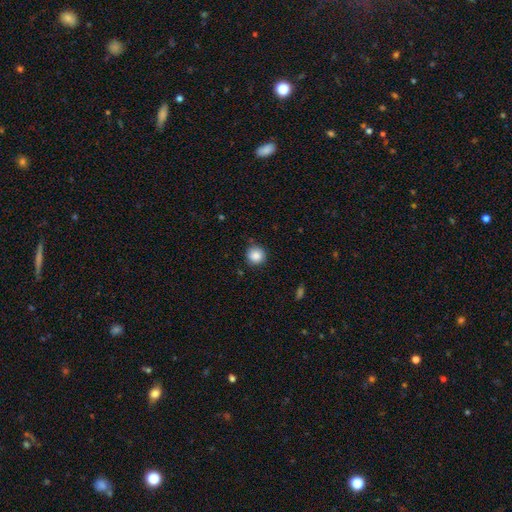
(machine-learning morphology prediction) A smooth galaxy with no disk features (87%) that is round (94%).

Vote fractions:
- Smooth or featured? smooth: 87% / star or artifact: 10% / featured or disk: 3%
- How rounded? round: 94% / in between: 5% / cigar-shaped: 1%
- Merging? none: 84% / minor disturbance: 11% / major disturbance: 3% / merger: 2%